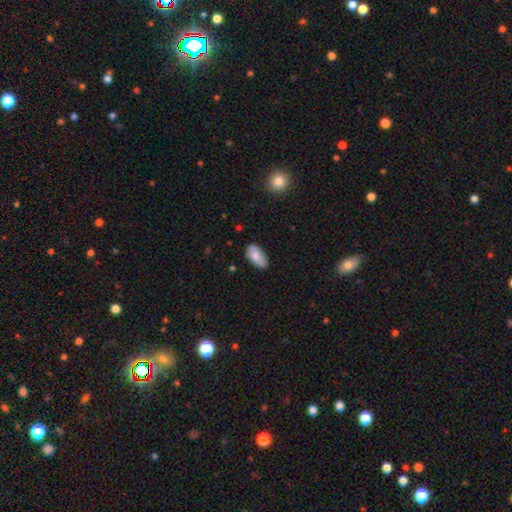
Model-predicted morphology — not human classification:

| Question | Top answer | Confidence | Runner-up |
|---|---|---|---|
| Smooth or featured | smooth | 78% | featured or disk (15%) |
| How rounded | in between | 94% | cigar-shaped (3%) |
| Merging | none | 79% | minor disturbance (17%) |